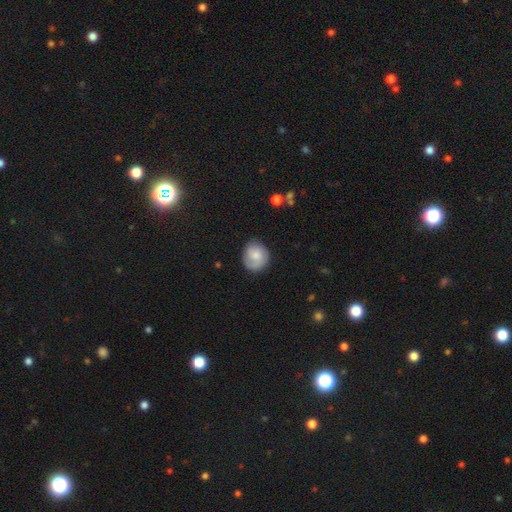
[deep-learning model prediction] A smooth galaxy with no disk features (64%) that is round (74%). Merging: none (76%).